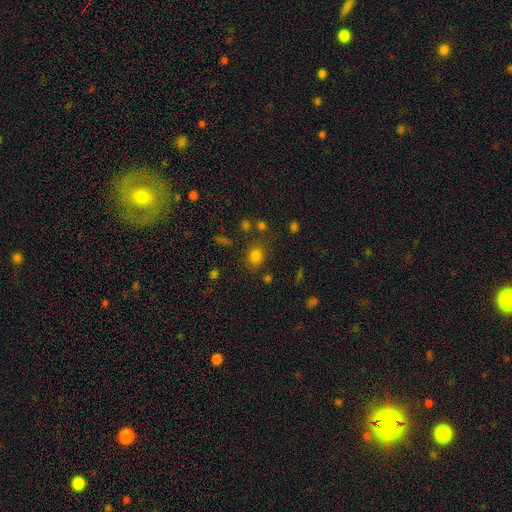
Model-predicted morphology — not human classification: A smooth galaxy with no disk features (78%) that is round (55%).

Vote fractions:
- Smooth or featured? smooth: 78% / star or artifact: 16% / featured or disk: 6%
- How rounded? round: 55% / in between: 43% / cigar-shaped: 1%
- Merging? none: 78% / minor disturbance: 13% / merger: 5% / major disturbance: 5%